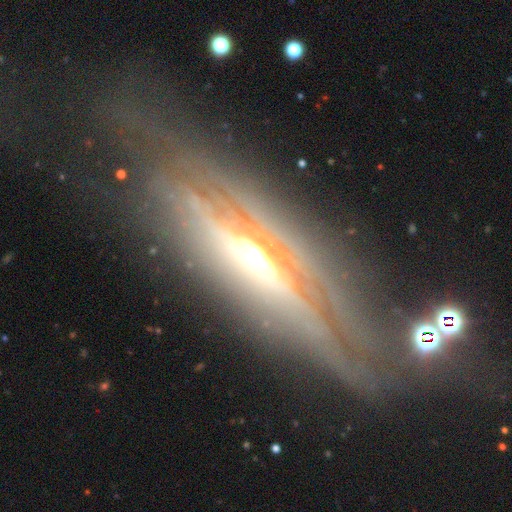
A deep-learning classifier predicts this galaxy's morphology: A featured or disk galaxy (82%) viewed edge-on (60%). Merging: none (59%).